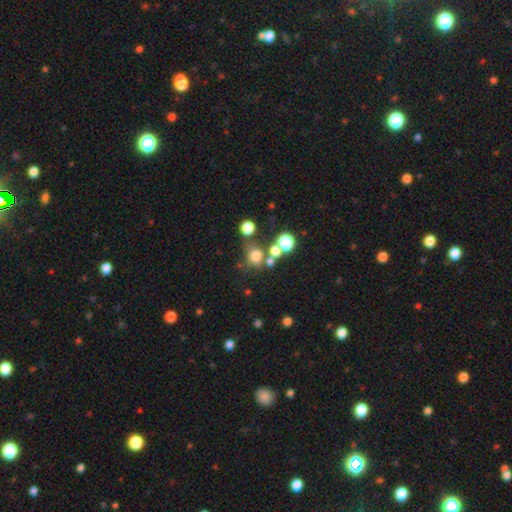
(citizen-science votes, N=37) A smooth galaxy with no disk features (86%) that is round (78%). Merging: none (47%).